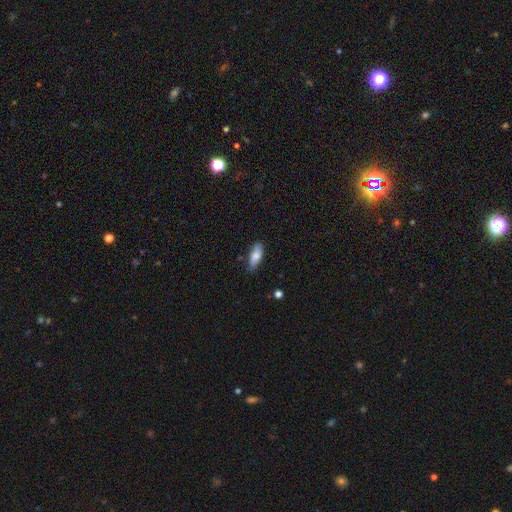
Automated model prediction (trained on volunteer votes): Smooth or featured?
  - smooth: 78% *
  - featured or disk: 15%
  - star or artifact: 6%
How rounded?
  - in between: 72% *
  - cigar-shaped: 26%
  - round: 2%
Merging?
  - none: 79% *
  - minor disturbance: 16%
  - major disturbance: 3%
  - merger: 2%